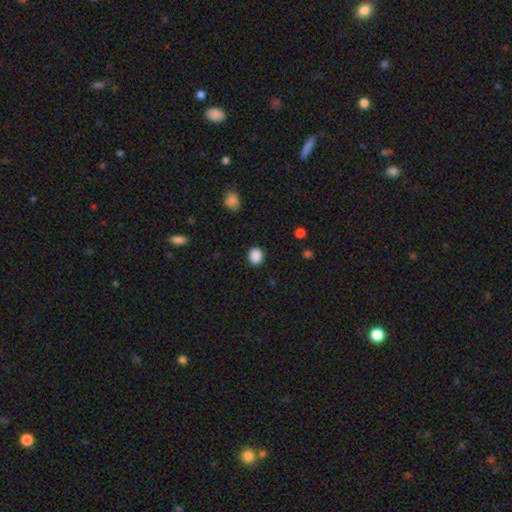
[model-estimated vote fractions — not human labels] Smooth or featured? smooth (88%)
How rounded? round (66%)
Merging? none (88%)